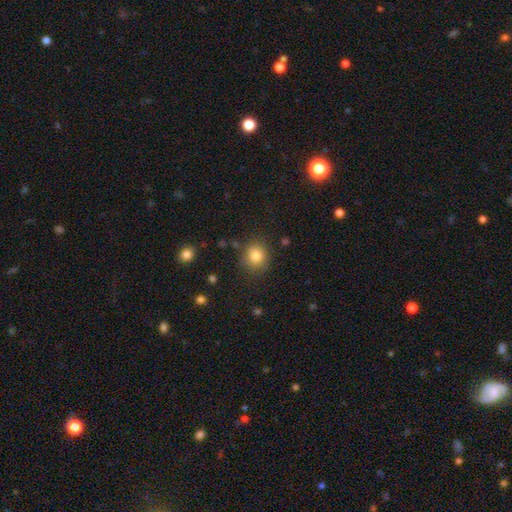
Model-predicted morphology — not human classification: Overall: smooth (82%). How rounded: round (80%). Merging: none (84%).